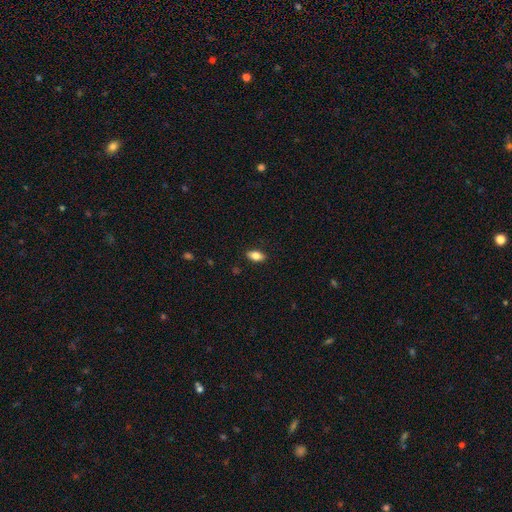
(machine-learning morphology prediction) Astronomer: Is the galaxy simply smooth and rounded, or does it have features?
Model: smooth — 79%.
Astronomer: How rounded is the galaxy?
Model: in between — 89%.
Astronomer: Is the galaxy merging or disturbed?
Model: none — 88%.